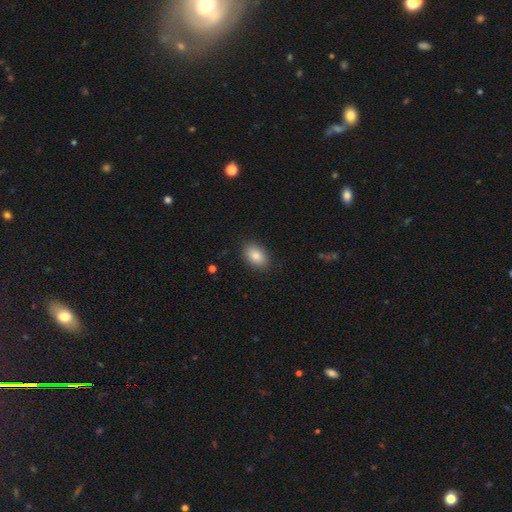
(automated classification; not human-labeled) Smooth or featured: smooth — 85% (star or artifact — 8%)
How rounded: in between — 88% (round — 10%)
Merging: none — 88% (minor disturbance — 9%)